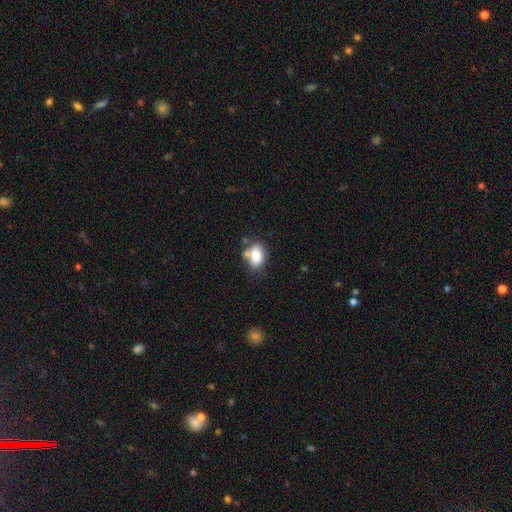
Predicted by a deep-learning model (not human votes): Smooth or featured? Predicted: smooth (p=0.80). How rounded? Predicted: in between (p=0.84). Merging? Predicted: none (p=0.51).